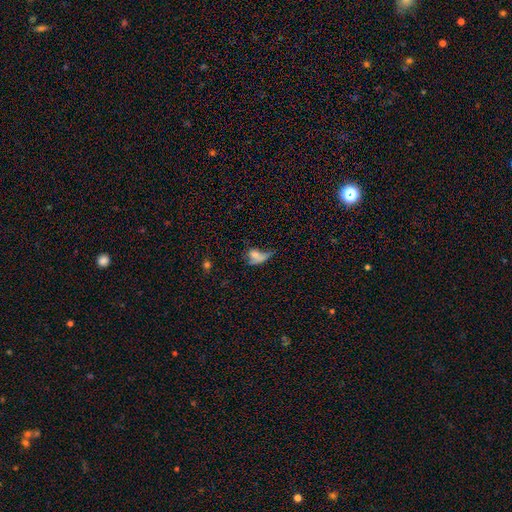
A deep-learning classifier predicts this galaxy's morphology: The model was most divided on "merging": major disturbance: 44%, minor disturbance: 19%, none: 19%, merger: 18%. More confident: how rounded — in between (77%); smooth or featured — smooth (63%).